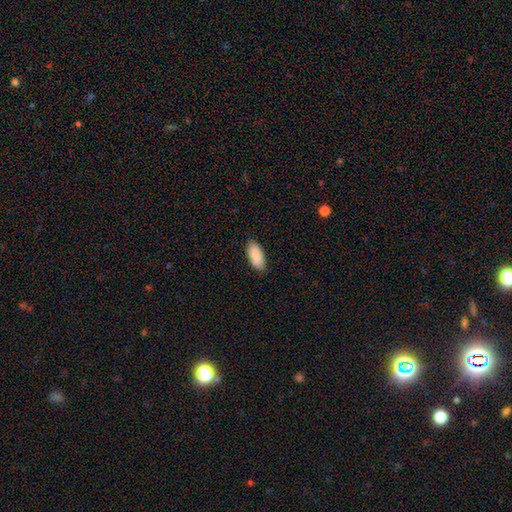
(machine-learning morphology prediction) smooth-or-featured: smooth: 90% | star or artifact: 6% | featured or disk: 4%
  how-rounded: in between: 87% | cigar-shaped: 11% | round: 2%
  merging: none: 87% | minor disturbance: 10% | major disturbance: 2% | merger: 1%